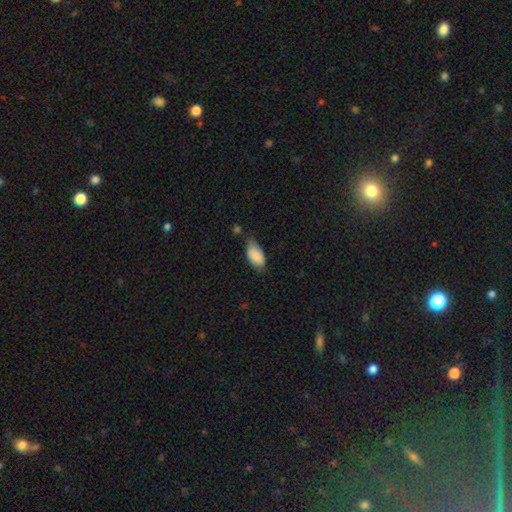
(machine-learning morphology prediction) The model was most divided on "merging": none: 51%, minor disturbance: 36%, major disturbance: 7%, merger: 6%. More confident: how rounded — in between (93%); smooth or featured — smooth (87%).